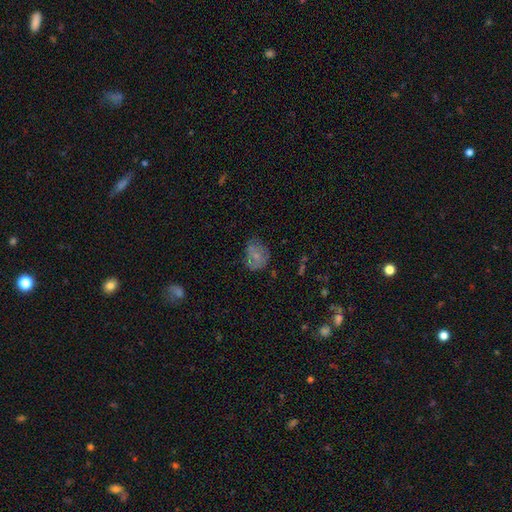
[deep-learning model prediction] Morphology: type=smooth (66%); roundness=round (52%); merging=none (49%).